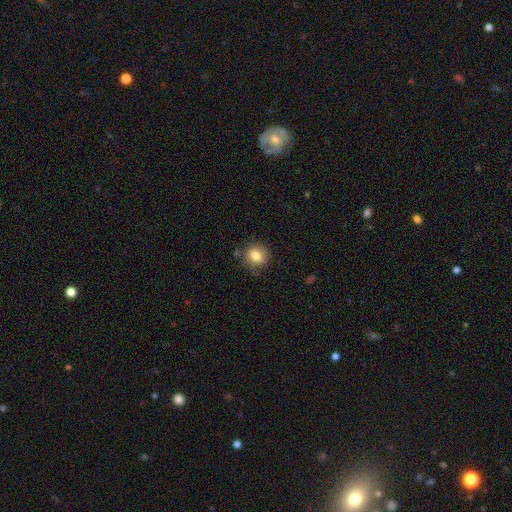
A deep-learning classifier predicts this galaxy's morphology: Smooth or featured? smooth (80%)
How rounded? round (81%)
Merging? none (81%)